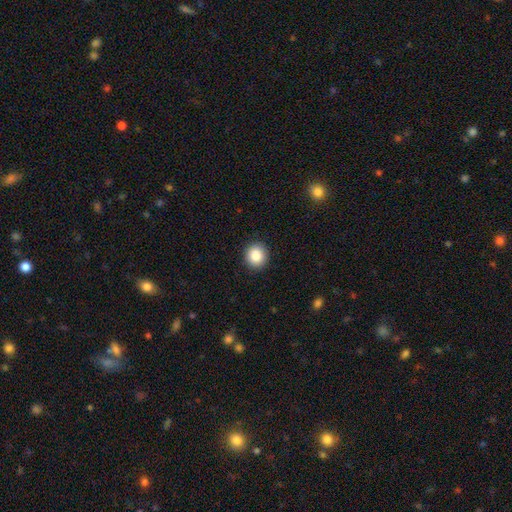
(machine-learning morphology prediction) smooth-or-featured: smooth: 86% | star or artifact: 9% | featured or disk: 5%
  how-rounded: round: 89% | in between: 10% | cigar-shaped: 1%
  merging: none: 92% | minor disturbance: 5% | major disturbance: 2% | merger: 1%